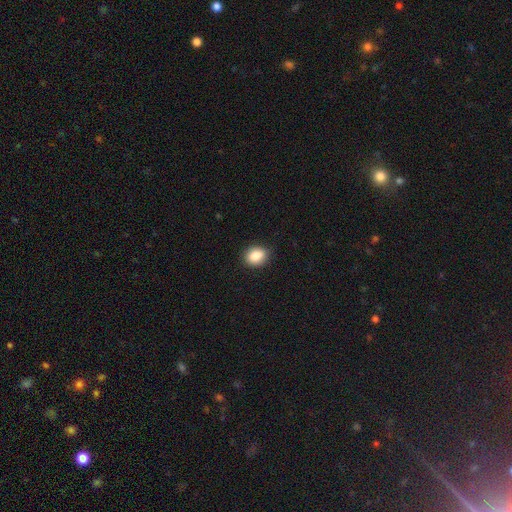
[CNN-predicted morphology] Overall: smooth (86%). How rounded: in between (59%; round 39%). Merging: none (89%).